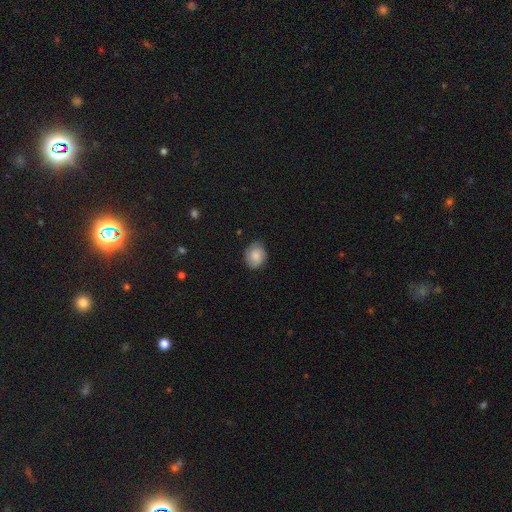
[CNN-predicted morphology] This is possibly a smooth galaxy (55%). How rounded: likely round (62%). Merging: likely none (76%).